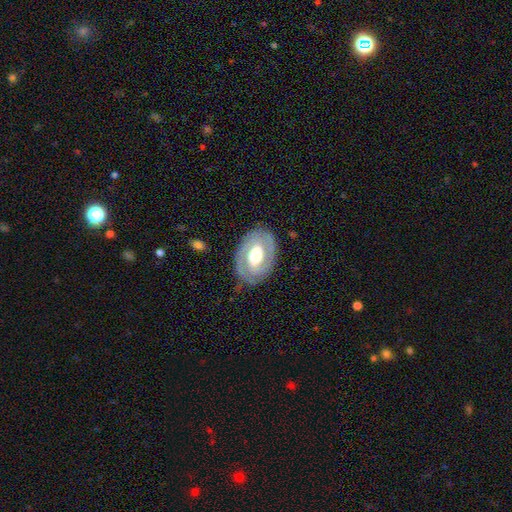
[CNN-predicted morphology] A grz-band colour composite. It shows a featured or disk galaxy (73%) with no bar (45%), spiral arms (63%) and a moderate central bulge (56%). Merging: none (80%).